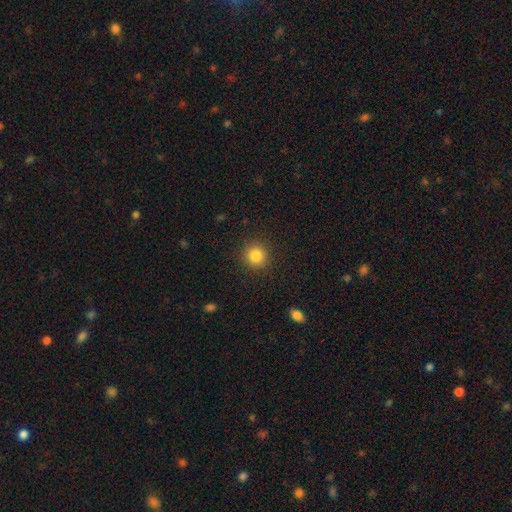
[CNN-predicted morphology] Smooth or featured? smooth (84%)
How rounded? round (92%)
Merging? none (90%)